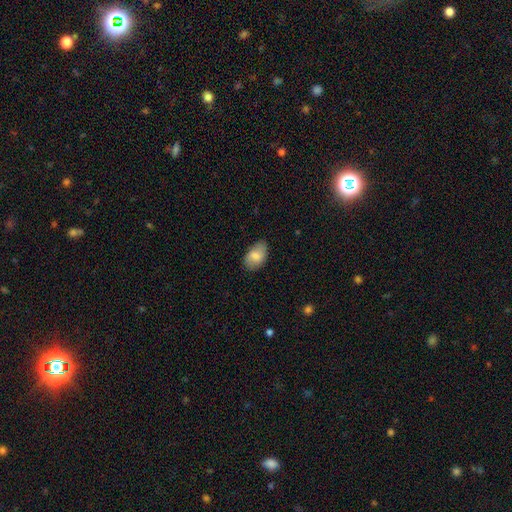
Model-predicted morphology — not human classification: Smooth or featured: smooth — 80% (featured or disk — 14%)
How rounded: in between — 92% (round — 6%)
Merging: none — 79% (minor disturbance — 17%)